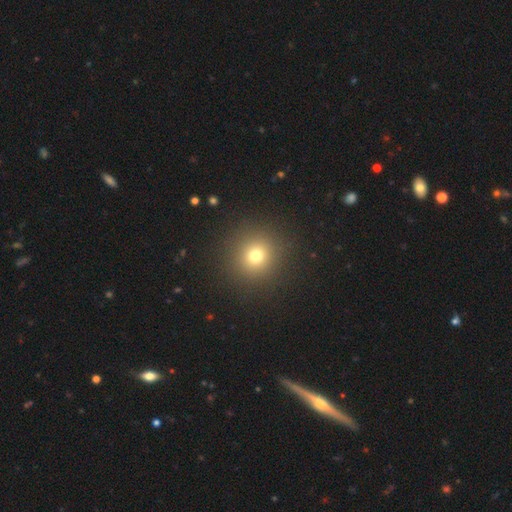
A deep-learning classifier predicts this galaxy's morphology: Overall: smooth (73%). How rounded: round (93%). Merging: none (91%).